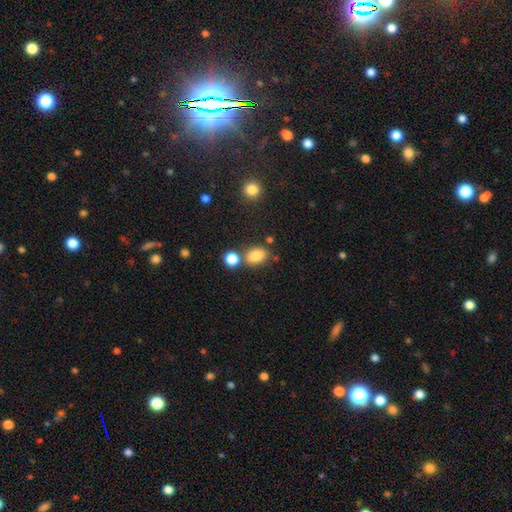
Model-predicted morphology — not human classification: This is clearly a smooth galaxy (83%). How rounded: likely in between (75%). Merging: likely none (67%).